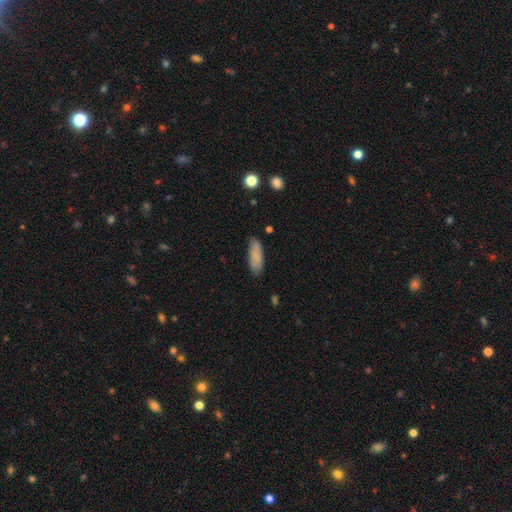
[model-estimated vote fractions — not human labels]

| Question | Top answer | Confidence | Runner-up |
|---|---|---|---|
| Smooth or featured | smooth | 84% | featured or disk (9%) |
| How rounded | in between | 61% | cigar-shaped (37%) |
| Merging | none | 80% | minor disturbance (15%) |